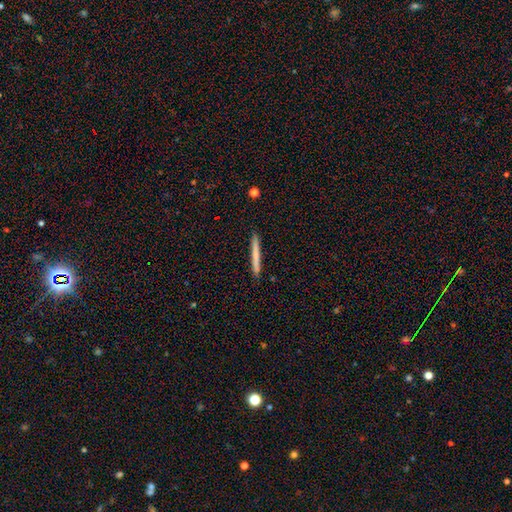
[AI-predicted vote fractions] Overall: smooth (69%). How rounded: cigar-shaped (97%). Merging: none (92%).